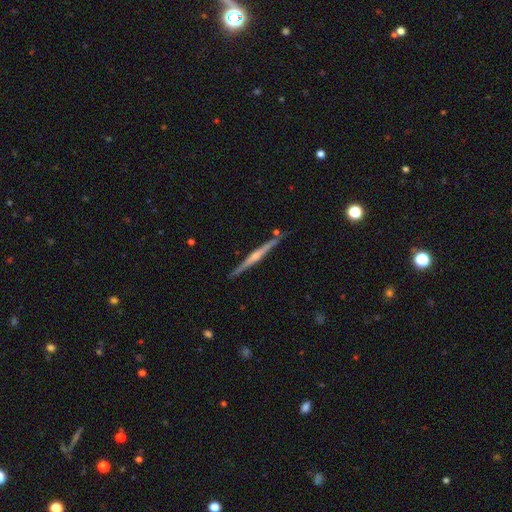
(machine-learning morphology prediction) Smooth or featured: featured or disk — 78% (smooth — 15%)
Edge-on disk: yes — 98% (no — 2%)
Edge-on bulge: rounded — 74% (none — 16%)
Merging: none — 89% (minor disturbance — 8%)